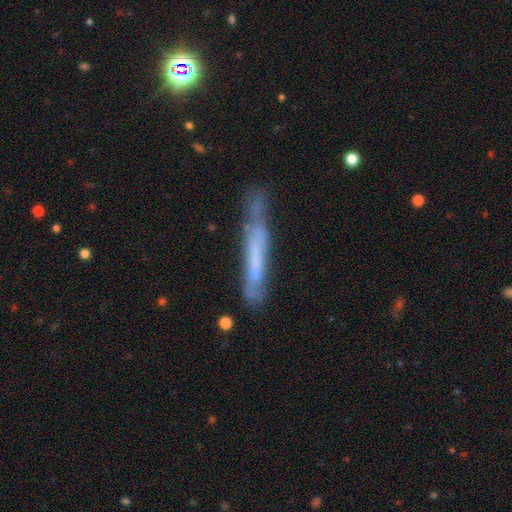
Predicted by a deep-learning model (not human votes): A featured or disk galaxy (50%).

Vote fractions:
- Smooth or featured? featured or disk: 50% / smooth: 42% / star or artifact: 9%
- Merging? none: 56% / minor disturbance: 25% / major disturbance: 11% / merger: 8%